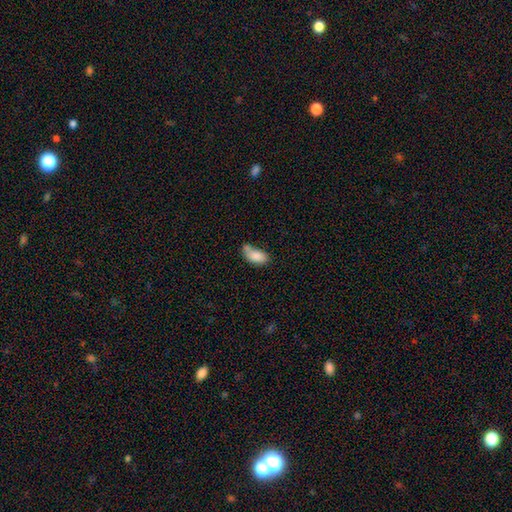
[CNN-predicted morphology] Smooth or featured? smooth (83%)
How rounded? in between (91%)
Merging? none (39%)